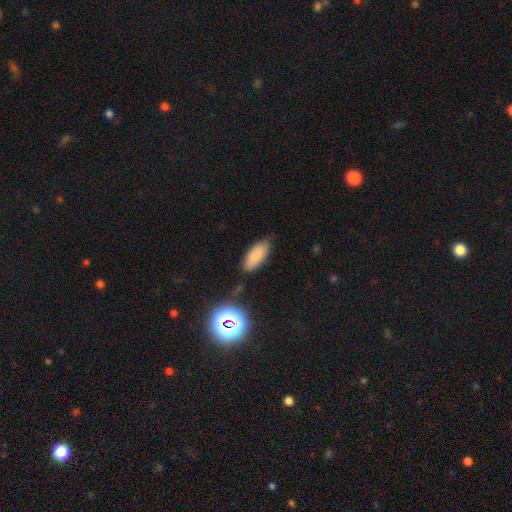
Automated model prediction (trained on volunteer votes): Smooth or featured: smooth — 83% (star or artifact — 10%)
How rounded: in between — 86% (cigar-shaped — 12%)
Merging: none — 79% (minor disturbance — 15%)